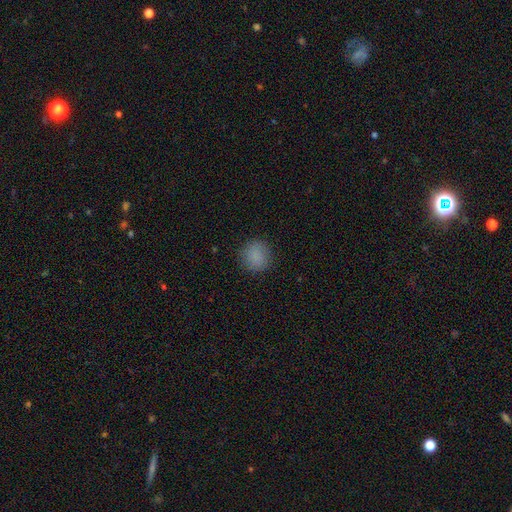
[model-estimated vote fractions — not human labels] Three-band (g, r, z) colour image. It shows a smooth galaxy with no disk features (86%) that is round (91%). Merging: none (88%).